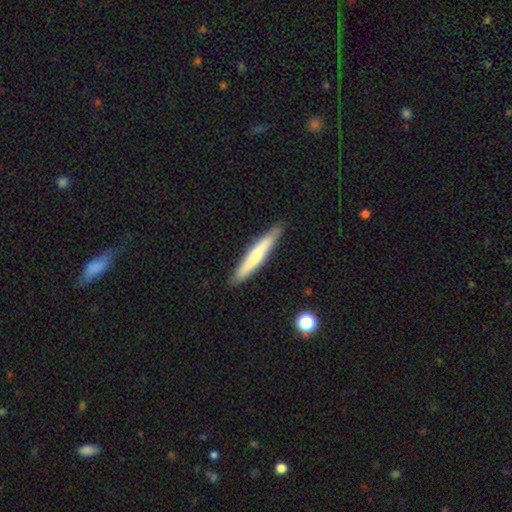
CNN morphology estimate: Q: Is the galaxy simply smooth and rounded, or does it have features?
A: smooth — 59%.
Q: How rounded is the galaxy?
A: cigar-shaped — 94%.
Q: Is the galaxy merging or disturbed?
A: none — 88%.